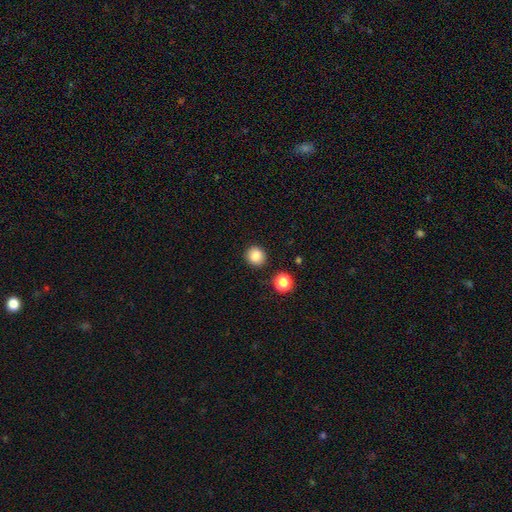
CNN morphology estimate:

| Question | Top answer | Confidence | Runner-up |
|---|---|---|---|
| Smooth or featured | smooth | 85% | star or artifact (11%) |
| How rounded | round | 88% | in between (12%) |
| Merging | none | 88% | minor disturbance (7%) |